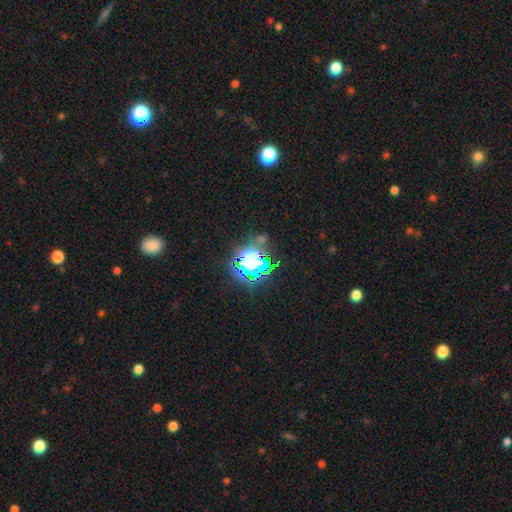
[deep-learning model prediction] A star or artifact, not a galaxy (76%).